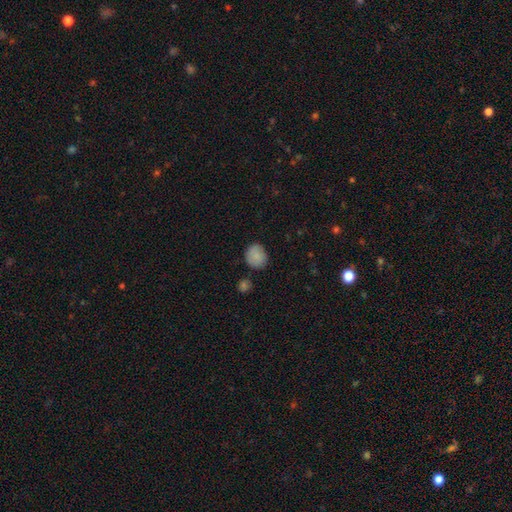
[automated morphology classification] Smooth or featured? Predicted: smooth (p=0.86). How rounded? Predicted: round (p=0.71). Merging? Predicted: none (p=0.78).